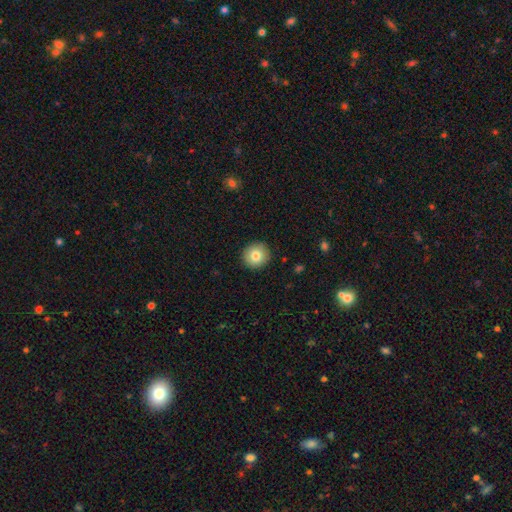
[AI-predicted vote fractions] Smooth or featured? smooth (81%)
How rounded? round (94%)
Merging? none (92%)